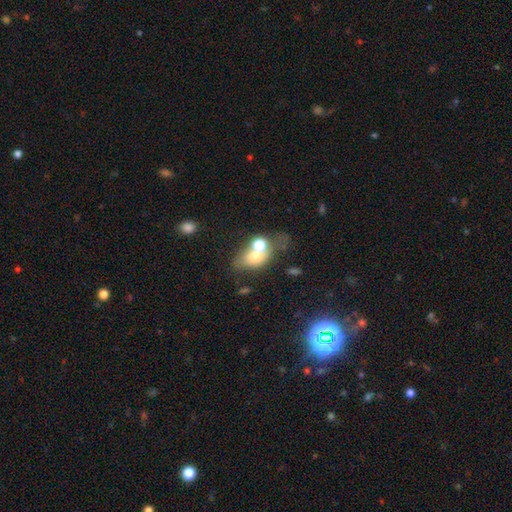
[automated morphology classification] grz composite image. It shows a smooth galaxy with no disk features (64%) that is in between round and cigar-shaped (68%). Merging: merger (52%).